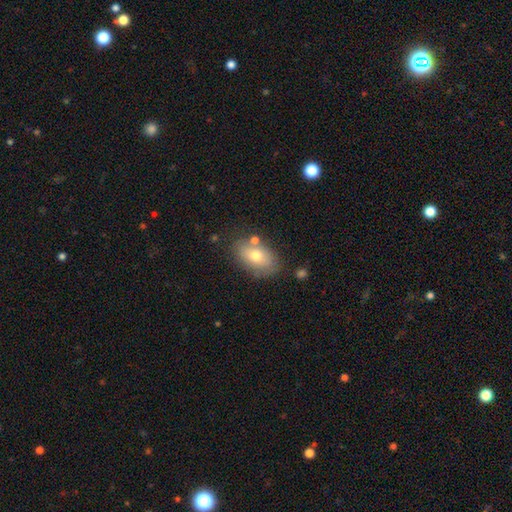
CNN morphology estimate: Q: Smooth or featured?
A: smooth (68%); runner-up: featured or disk (23%)
Q: How rounded?
A: in between (87%); runner-up: round (11%)
Q: Merging?
A: none (74%); runner-up: minor disturbance (15%)